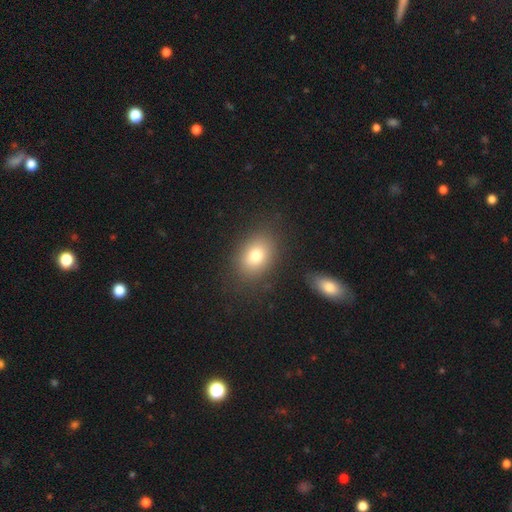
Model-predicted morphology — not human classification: The model was most divided on "how rounded": in between: 72%, round: 27%, cigar-shaped: 1%. More confident: merging — none (81%); smooth or featured — smooth (78%).